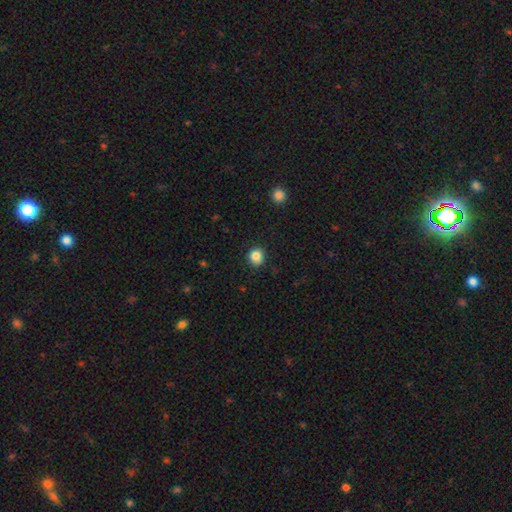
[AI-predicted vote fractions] This is clearly a smooth galaxy (83%). How rounded: clearly round (82%). Merging: clearly none (81%).